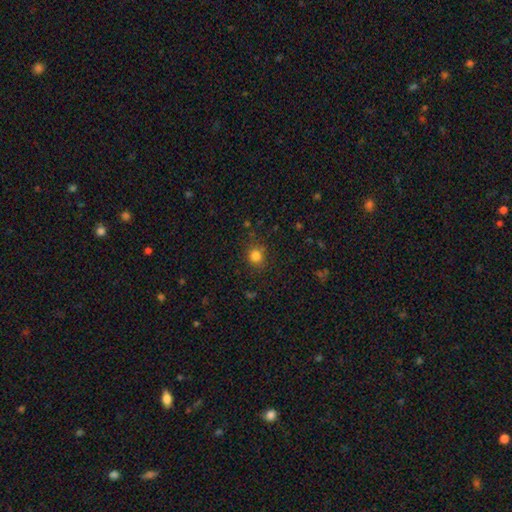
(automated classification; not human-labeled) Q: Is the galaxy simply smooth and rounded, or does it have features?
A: smooth — 81%.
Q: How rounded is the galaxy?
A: round — 82%.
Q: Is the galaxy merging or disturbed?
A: none — 81%.